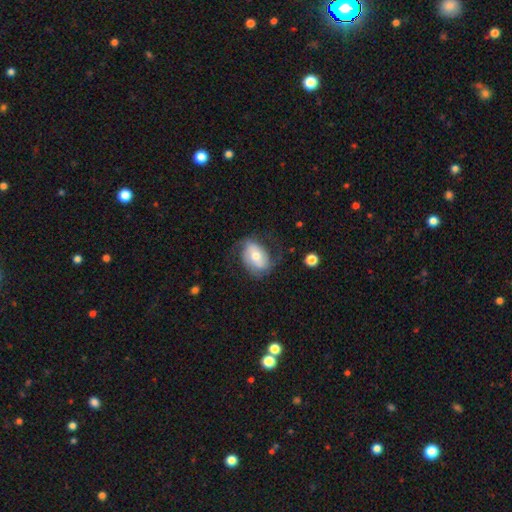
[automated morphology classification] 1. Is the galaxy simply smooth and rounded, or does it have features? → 55% featured or disk, 38% smooth, 7% star or artifact.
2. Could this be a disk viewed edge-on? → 94% no, 6% yes.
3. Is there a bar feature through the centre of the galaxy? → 43% no, 34% weak, 23% strong.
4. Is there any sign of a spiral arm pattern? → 77% yes, 23% no.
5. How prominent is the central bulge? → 65% moderate, 26% small, 7% large, 1% dominant, 1% none.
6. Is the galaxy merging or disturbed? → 57% none, 24% minor disturbance, 18% major disturbance, 2% merger.